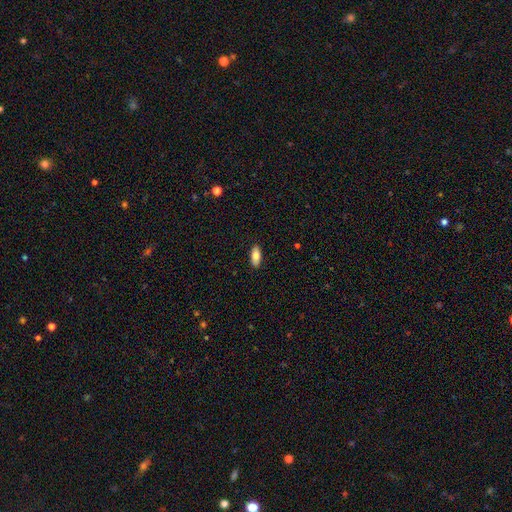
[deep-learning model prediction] Smooth or featured?
  - smooth: 82% *
  - featured or disk: 11%
  - star or artifact: 7%
How rounded?
  - in between: 87% *
  - cigar-shaped: 11%
  - round: 2%
Merging?
  - none: 89% *
  - minor disturbance: 8%
  - major disturbance: 2%
  - merger: 1%